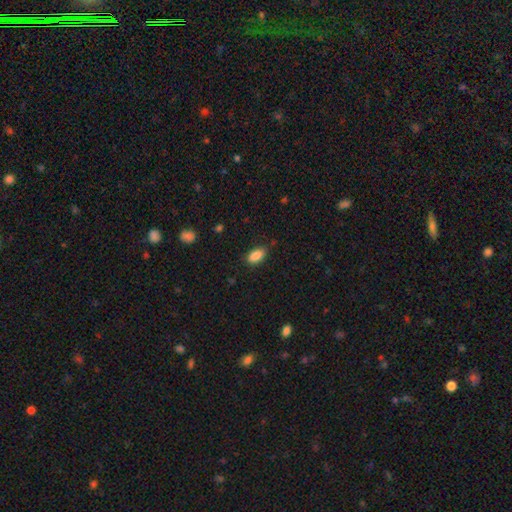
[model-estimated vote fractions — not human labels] Q: Smooth or featured?
A: smooth (87%); runner-up: star or artifact (8%)
Q: How rounded?
A: in between (89%); runner-up: cigar-shaped (7%)
Q: Merging?
A: none (81%); runner-up: minor disturbance (15%)